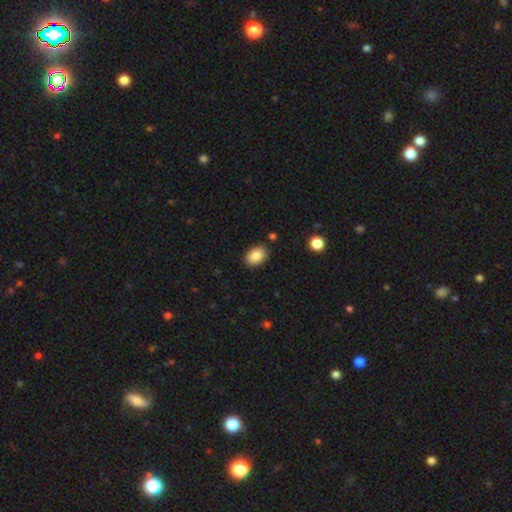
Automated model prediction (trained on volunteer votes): smooth 86%, star or artifact 8%, featured or disk 6%. Down the decision tree: how rounded — in between (82%); merging — none (87%).